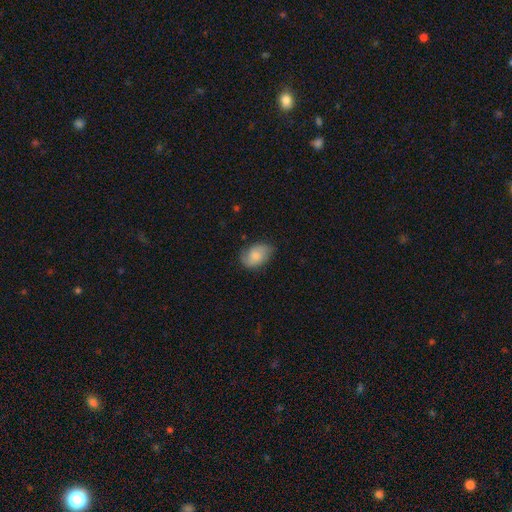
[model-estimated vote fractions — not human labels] A smooth galaxy with no disk features (68%) that is in between round and cigar-shaped (81%).

Vote fractions:
- Smooth or featured? smooth: 68% / featured or disk: 25% / star or artifact: 7%
- How rounded? in between: 81% / round: 17% / cigar-shaped: 1%
- Merging? none: 67% / minor disturbance: 25% / major disturbance: 6% / merger: 1%